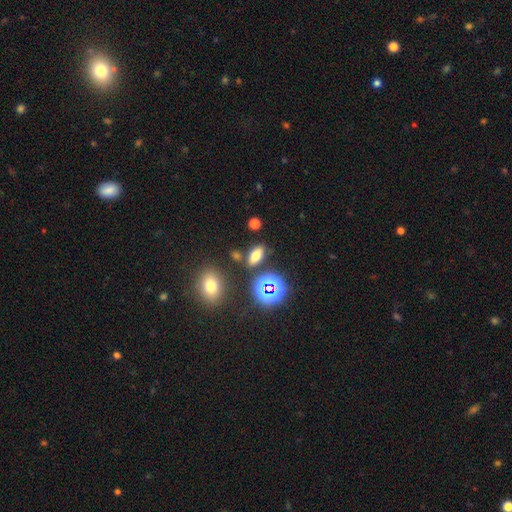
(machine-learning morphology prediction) Smooth or featured?
  - smooth: 64% *
  - star or artifact: 24%
  - featured or disk: 12%
How rounded?
  - in between: 79% *
  - round: 11%
  - cigar-shaped: 10%
Merging?
  - none: 80% *
  - minor disturbance: 10%
  - merger: 6%
  - major disturbance: 4%